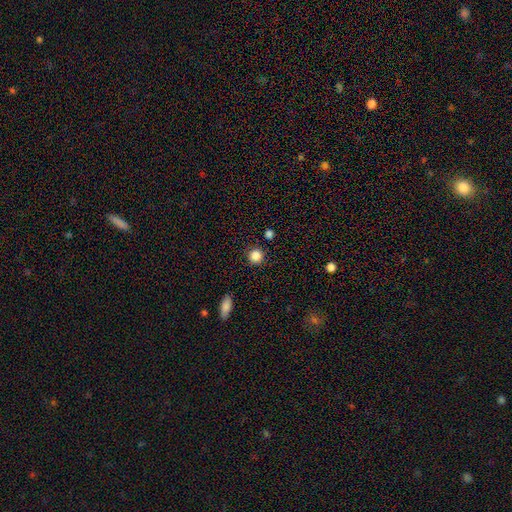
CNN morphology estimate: smooth_or_featured: smooth (p=0.85) [alt: star or artifact p=0.11]
how_rounded: round (p=0.94) [alt: in between p=0.05]
merging: none (p=0.89) [alt: minor disturbance p=0.06]